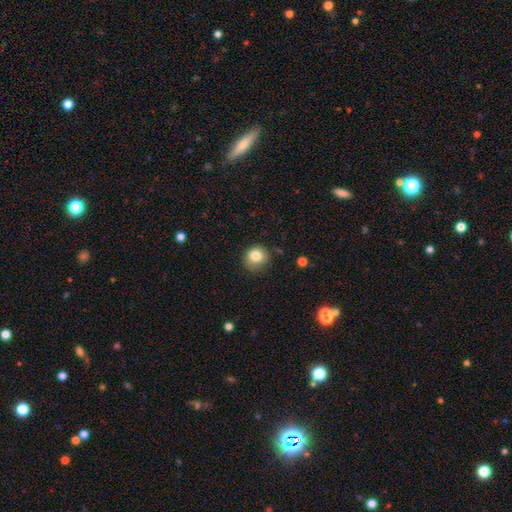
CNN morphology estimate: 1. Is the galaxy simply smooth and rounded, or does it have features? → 82% smooth, 10% star or artifact, 8% featured or disk.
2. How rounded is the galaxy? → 86% round, 13% in between, 1% cigar-shaped.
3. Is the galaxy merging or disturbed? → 76% none, 18% minor disturbance, 4% major disturbance, 2% merger.